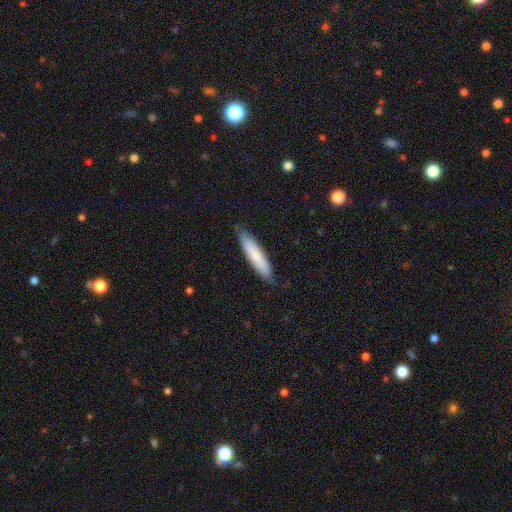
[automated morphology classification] type=smooth (79%); roundness=cigar-shaped (81%); merging=none (85%).